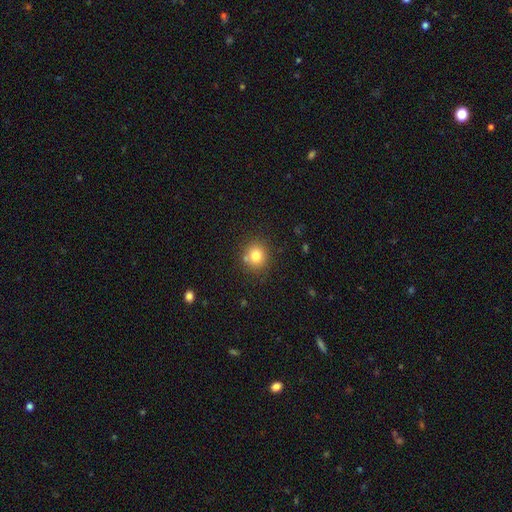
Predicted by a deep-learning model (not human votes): Smooth or featured: smooth — 80% (star or artifact — 12%)
How rounded: round — 85% (in between — 14%)
Merging: none — 75% (minor disturbance — 11%)